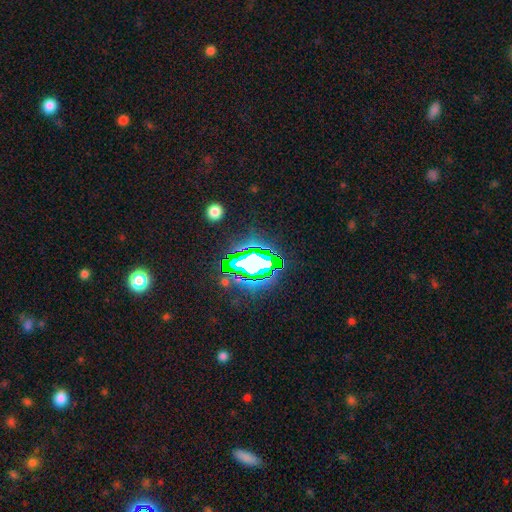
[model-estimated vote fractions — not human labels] This is likely a star or artifact rather than a galaxy (67%).